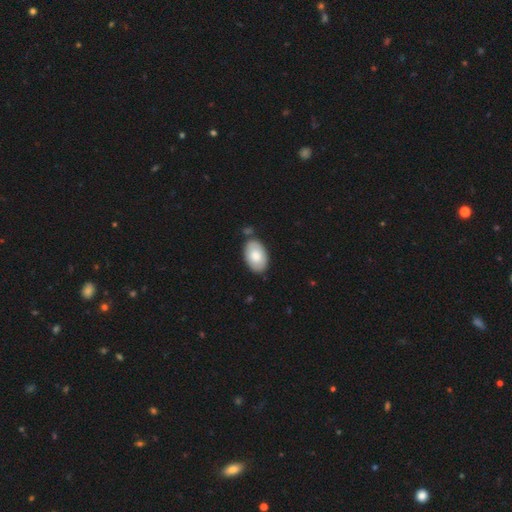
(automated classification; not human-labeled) Smooth or featured: smooth — 79% (featured or disk — 16%)
How rounded: in between — 93% (round — 5%)
Merging: none — 77% (minor disturbance — 14%)